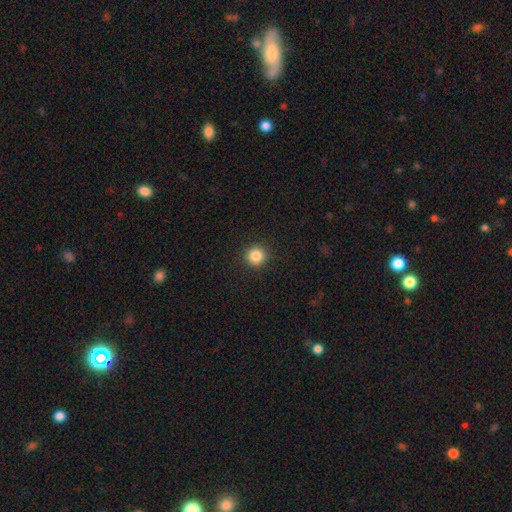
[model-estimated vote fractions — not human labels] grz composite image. It shows a smooth galaxy with no disk features (85%) that is round (93%). Merging: none (90%).